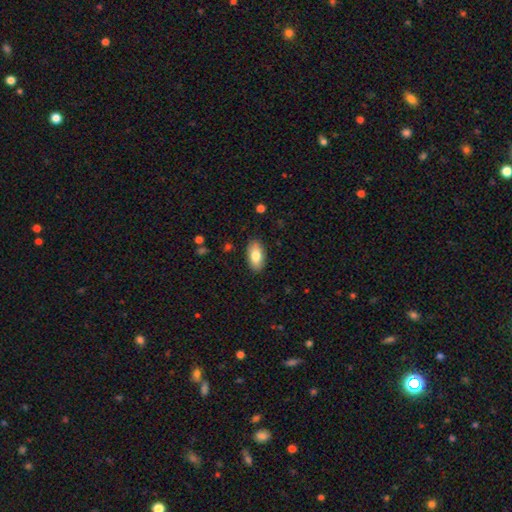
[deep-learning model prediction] The model was most divided on "smooth or featured": smooth: 81%, featured or disk: 13%, star or artifact: 6%. More confident: how rounded — in between (92%); merging — none (87%).